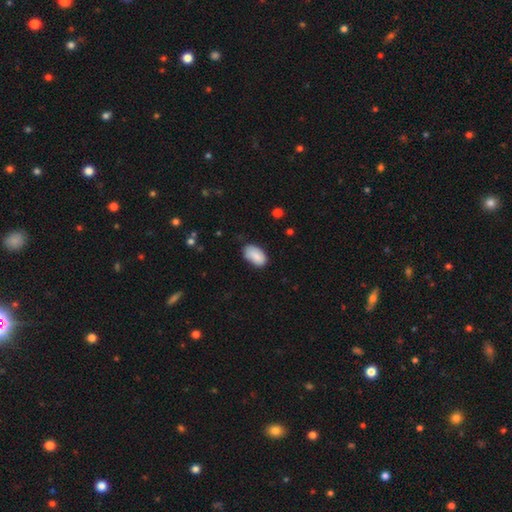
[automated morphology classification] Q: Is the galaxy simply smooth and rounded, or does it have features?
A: smooth — 88%.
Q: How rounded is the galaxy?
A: in between — 95%.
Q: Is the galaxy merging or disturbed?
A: none — 76%.